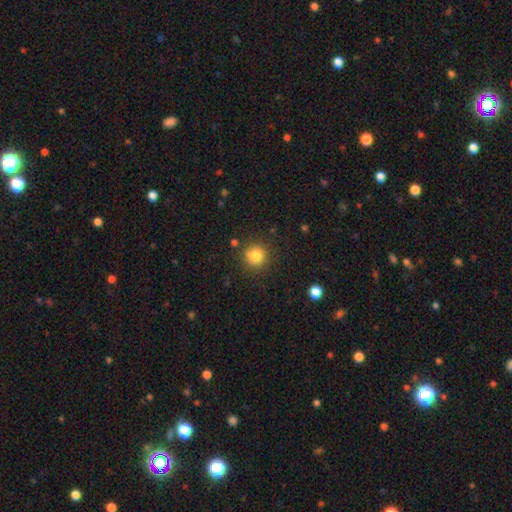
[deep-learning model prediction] Smooth or featured?
  - smooth: 81% *
  - star or artifact: 12%
  - featured or disk: 7%
How rounded?
  - round: 91% *
  - in between: 8%
  - cigar-shaped: 1%
Merging?
  - none: 83% *
  - minor disturbance: 10%
  - merger: 4%
  - major disturbance: 3%